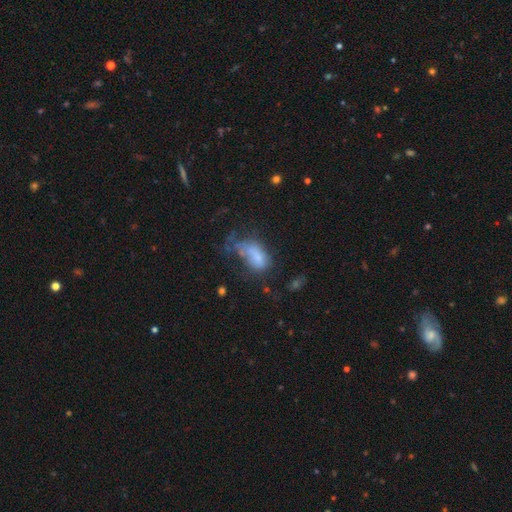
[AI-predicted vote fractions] A smooth galaxy with no disk features (61%) that is in between round and cigar-shaped (89%).

Vote fractions:
- Smooth or featured? smooth: 61% / featured or disk: 27% / star or artifact: 12%
- How rounded? in between: 89% / round: 7% / cigar-shaped: 3%
- Merging? major disturbance: 44% / none: 23% / minor disturbance: 23% / merger: 10%